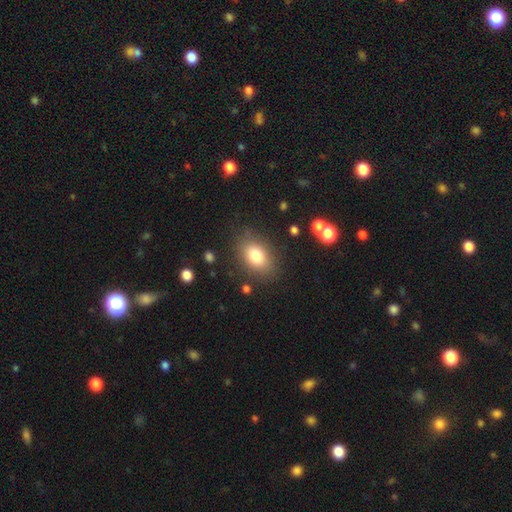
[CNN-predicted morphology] smooth 79%, featured or disk 11%, star or artifact 10%. Down the decision tree: how rounded — in between (80%); merging — none (82%).